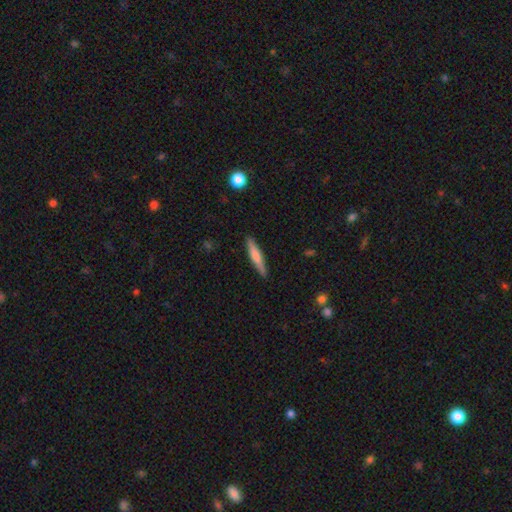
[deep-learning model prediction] This appears to be a smooth galaxy with no disk features (65%) that is cigar-shaped (90%). Merging: none (89%).